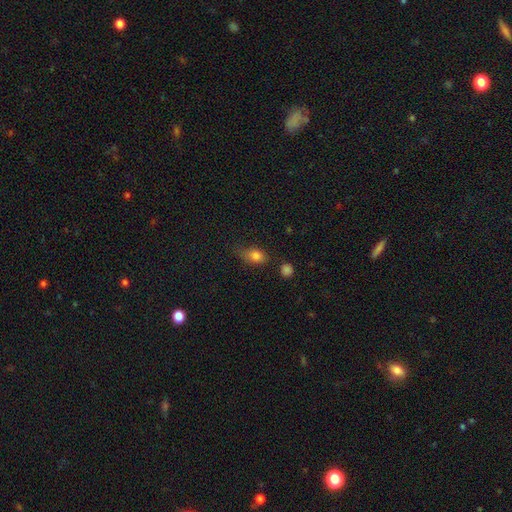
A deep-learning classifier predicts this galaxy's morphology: Smooth or featured: smooth — 80% (star or artifact — 11%)
How rounded: in between — 68% (round — 28%)
Merging: none — 50% (minor disturbance — 34%)